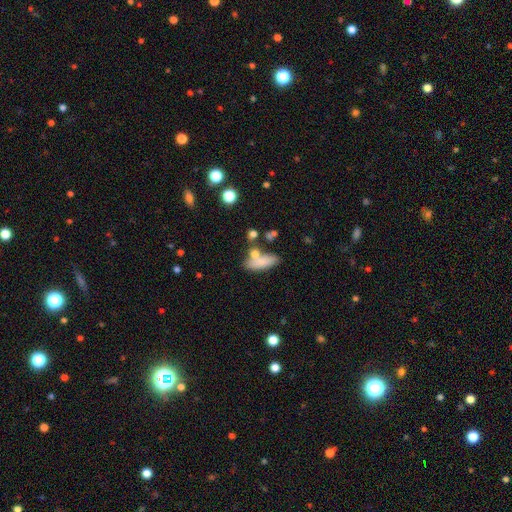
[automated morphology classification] A smooth galaxy with no disk features (73%) that is in between round and cigar-shaped (62%). Merging: none (49%).